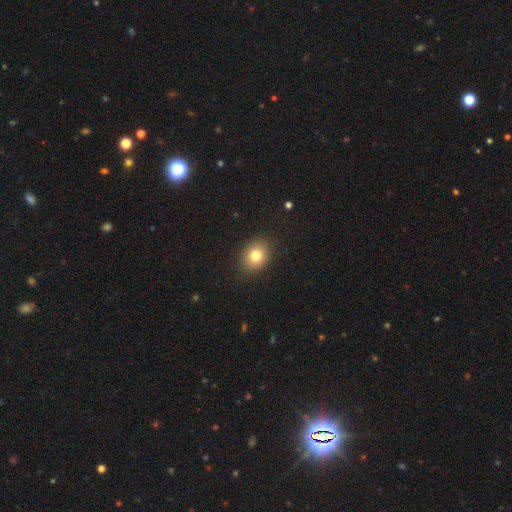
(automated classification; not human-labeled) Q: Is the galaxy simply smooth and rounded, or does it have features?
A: smooth — 80%.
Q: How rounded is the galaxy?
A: round — 51%.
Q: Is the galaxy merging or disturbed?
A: none — 88%.